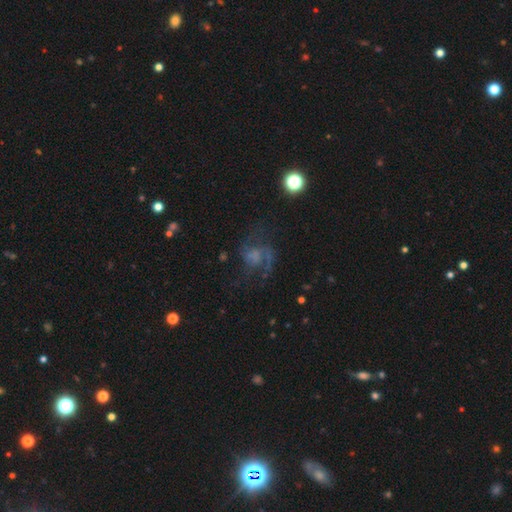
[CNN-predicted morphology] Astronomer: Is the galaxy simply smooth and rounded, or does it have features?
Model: featured or disk — 65%.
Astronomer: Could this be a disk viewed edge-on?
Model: no — 98%.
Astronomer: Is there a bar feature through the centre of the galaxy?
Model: no — 72%.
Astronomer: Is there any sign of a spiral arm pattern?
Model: yes — 80%.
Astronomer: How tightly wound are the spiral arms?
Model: medium — 43% (runner-up: loose, 42%).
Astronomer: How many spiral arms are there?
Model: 2 — 49%.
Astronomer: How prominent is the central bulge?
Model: none — 53%.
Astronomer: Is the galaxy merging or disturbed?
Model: none — 47% (runner-up: major disturbance, 32%).